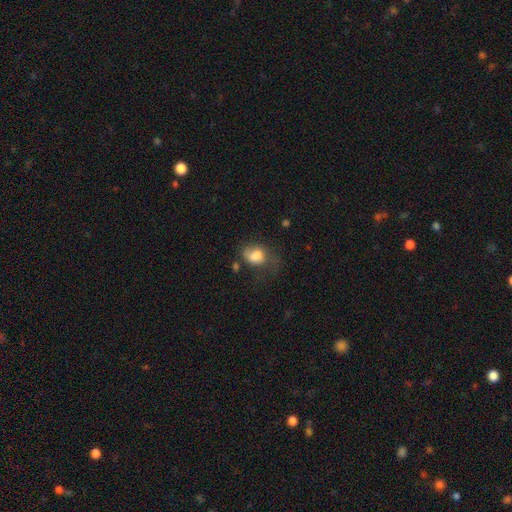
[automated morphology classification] Q: Smooth or featured?
A: smooth (73%); runner-up: featured or disk (18%)
Q: How rounded?
A: in between (63%); runner-up: round (35%)
Q: Merging?
A: major disturbance (32%); runner-up: none (30%)